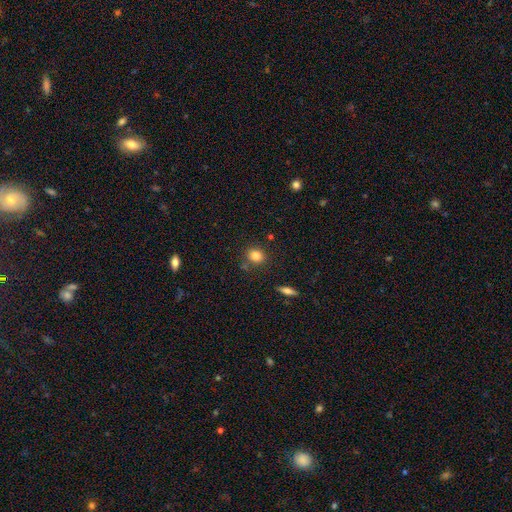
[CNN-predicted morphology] This appears to be a smooth galaxy with no disk features (83%) that is round (73%). Merging: none (79%).